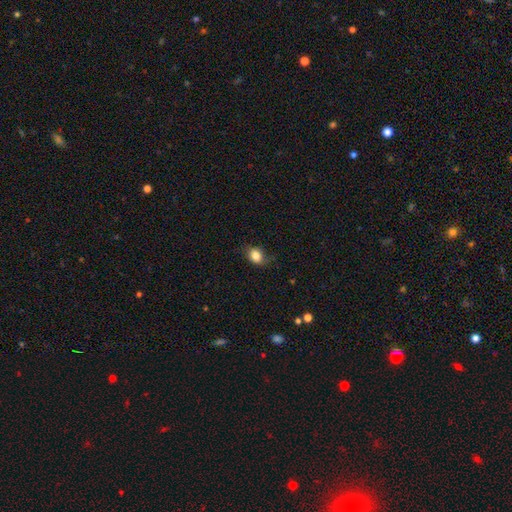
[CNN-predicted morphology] Overall: smooth (84%). How rounded: in between (57%; round 41%). Merging: none (72%).